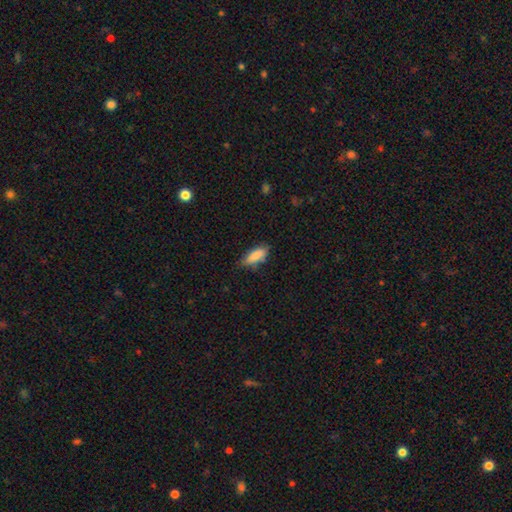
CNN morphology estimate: The model was most divided on "how rounded": in between: 72%, cigar-shaped: 26%, round: 2%. More confident: smooth or featured — smooth (84%); merging — none (71%).